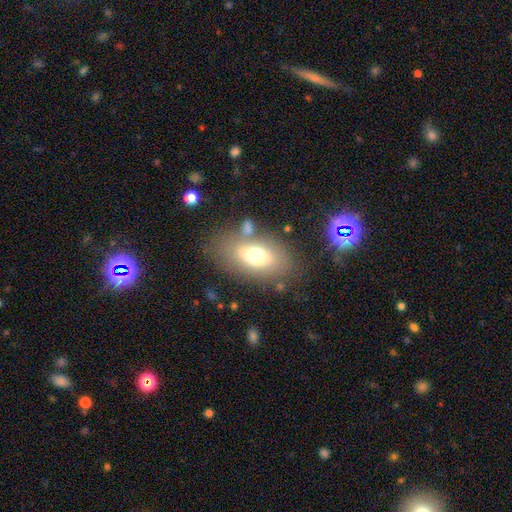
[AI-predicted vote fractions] Overall: smooth (65%). How rounded: in between (86%). Merging: none (69%).